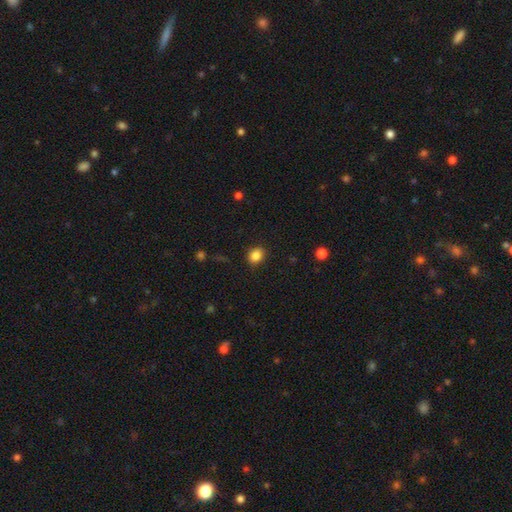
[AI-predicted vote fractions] Morphology: type=smooth (86%); roundness=round (57%); merging=none (86%).